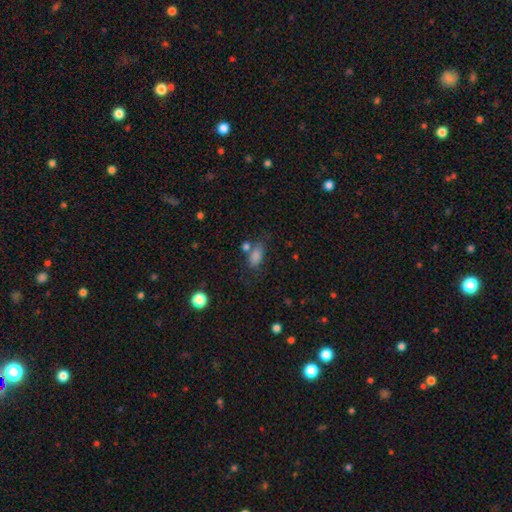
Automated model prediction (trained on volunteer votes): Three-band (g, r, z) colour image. It shows a smooth galaxy with no disk features (79%) that is in between round and cigar-shaped (84%). Merging: none (61%).